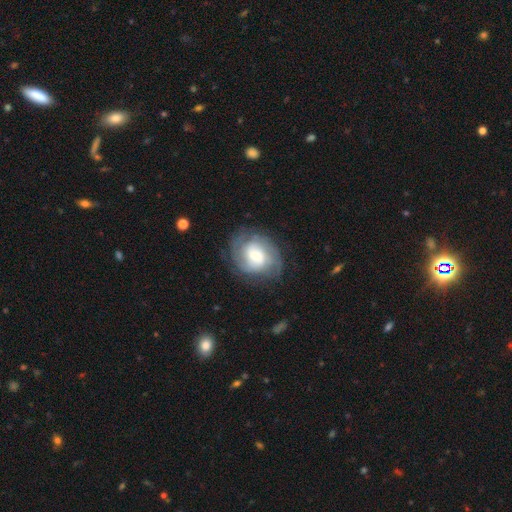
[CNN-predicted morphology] Smooth or featured? Predicted: featured or disk (p=0.68). Edge-on disk? Predicted: no (p=0.97). Bar? Predicted: no (p=0.49). Spiral arms? Predicted: yes (p=0.89). Spiral winding? Predicted: tight (p=0.51). Spiral arm count? Predicted: can't tell (p=0.35). Bulge size? Predicted: moderate (p=0.40). Merging? Predicted: none (p=0.72).